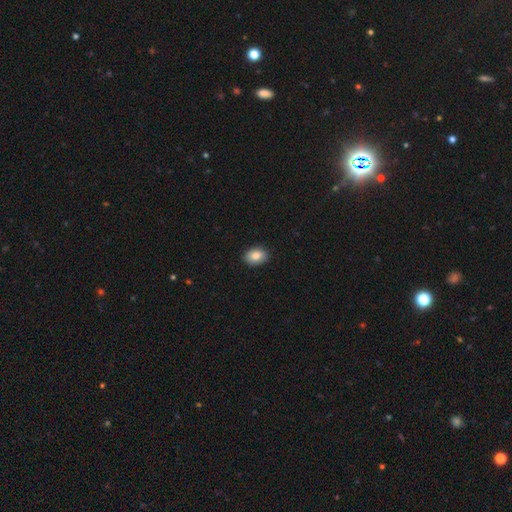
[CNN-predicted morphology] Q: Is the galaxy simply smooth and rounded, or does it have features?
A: smooth — 86%.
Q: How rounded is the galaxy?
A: in between — 76%.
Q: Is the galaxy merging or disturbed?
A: none — 89%.